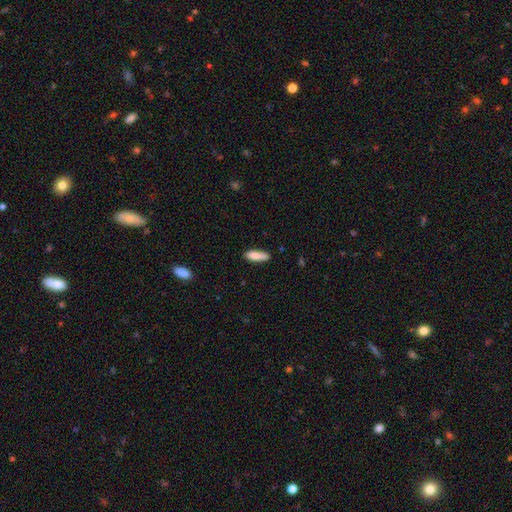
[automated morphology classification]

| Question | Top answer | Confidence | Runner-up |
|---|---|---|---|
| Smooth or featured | smooth | 85% | featured or disk (8%) |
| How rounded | in between | 50% | cigar-shaped (48%) |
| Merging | none | 79% | minor disturbance (17%) |